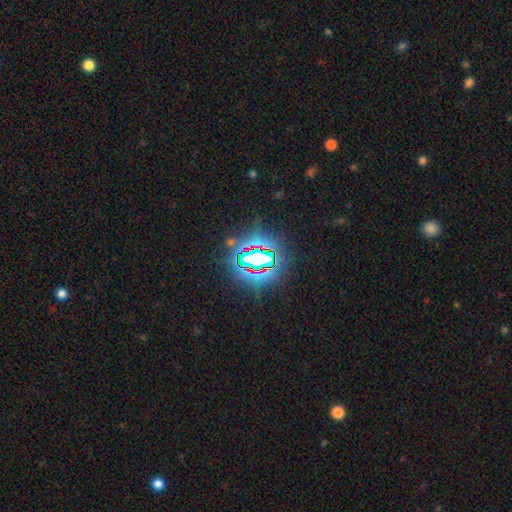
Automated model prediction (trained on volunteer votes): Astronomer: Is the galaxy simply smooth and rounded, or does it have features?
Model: star or artifact — 78%.